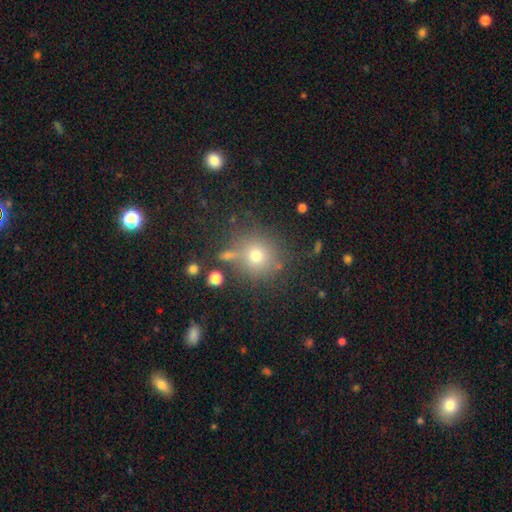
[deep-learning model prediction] Smooth or featured: smooth — 69% (star or artifact — 19%)
How rounded: round — 91% (in between — 8%)
Merging: none — 77% (minor disturbance — 11%)